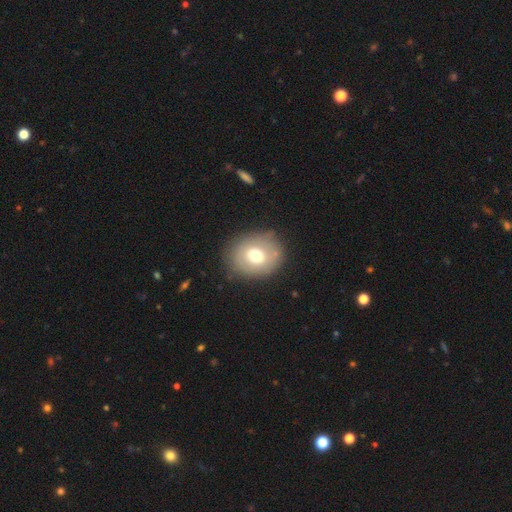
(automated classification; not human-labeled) Overall: smooth (66%). How rounded: round (61%; in between 39%). Merging: none (80%).